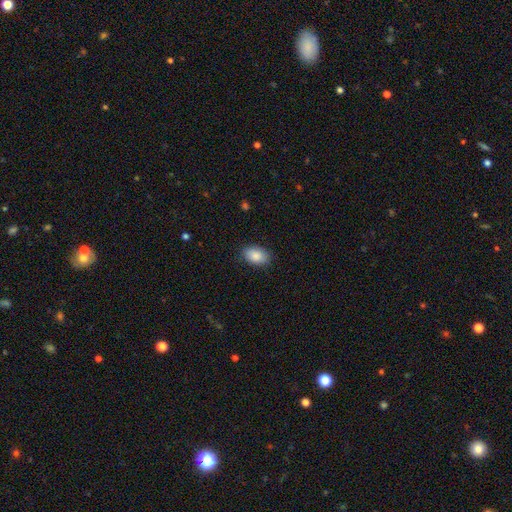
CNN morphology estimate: The model was most divided on "merging": none: 85%, minor disturbance: 11%, major disturbance: 3%, merger: 1%. More confident: how rounded — in between (88%); smooth or featured — smooth (88%).